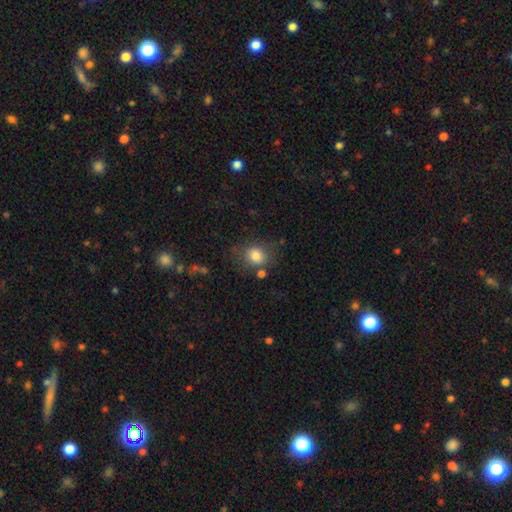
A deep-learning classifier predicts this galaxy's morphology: smooth-or-featured: smooth: 82% | star or artifact: 10% | featured or disk: 8%
  how-rounded: round: 67% | in between: 33% | cigar-shaped: 1%
  merging: none: 70% | minor disturbance: 16% | merger: 8% | major disturbance: 6%